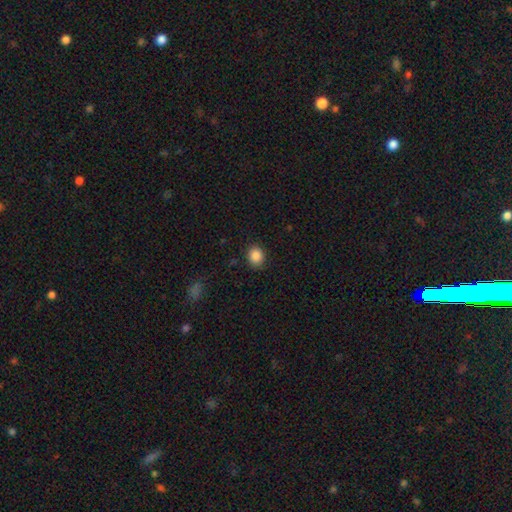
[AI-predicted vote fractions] This appears to be a smooth galaxy with no disk features (87%) that is round (66%). Merging: none (89%).